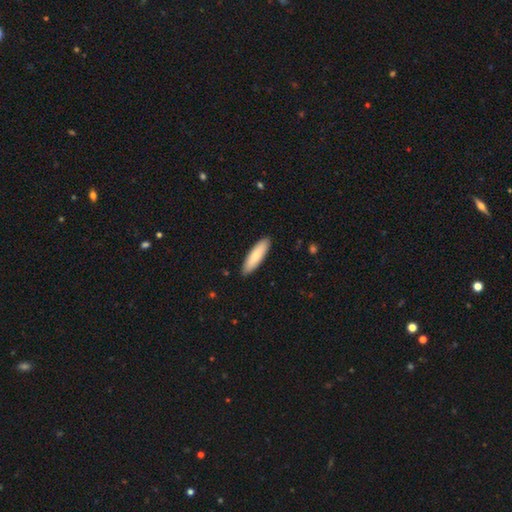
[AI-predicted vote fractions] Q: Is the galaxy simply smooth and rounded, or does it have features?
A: smooth — 83%.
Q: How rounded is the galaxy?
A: cigar-shaped — 59%.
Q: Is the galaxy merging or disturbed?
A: none — 90%.